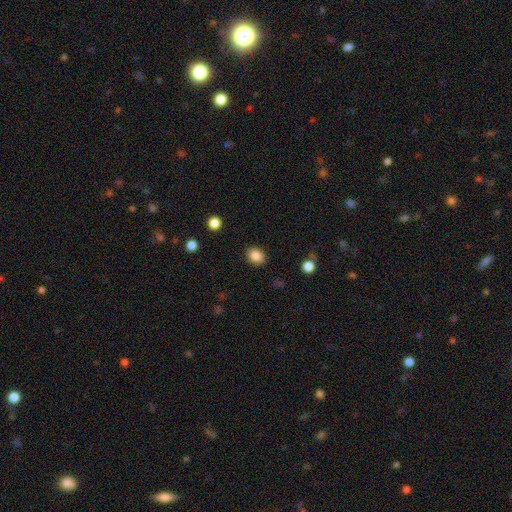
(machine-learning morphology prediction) A smooth galaxy with no disk features (86%) that is in between round and cigar-shaped (51%).

Vote fractions:
- Smooth or featured? smooth: 86% / star or artifact: 9% / featured or disk: 5%
- How rounded? in between: 51% / round: 48% / cigar-shaped: 1%
- Merging? none: 89% / minor disturbance: 8% / major disturbance: 2% / merger: 1%